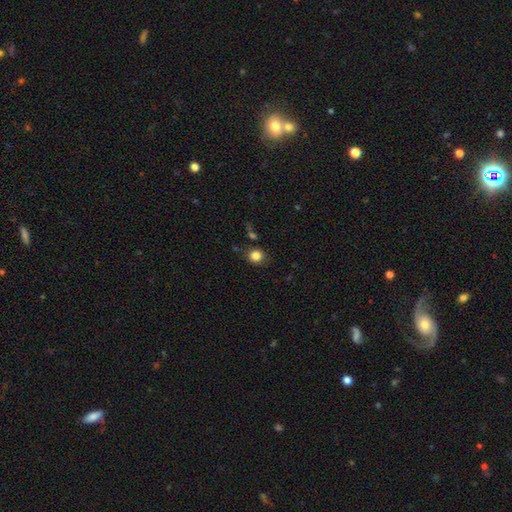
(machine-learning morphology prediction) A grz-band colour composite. It shows a smooth galaxy with no disk features (84%) that is round (82%). Merging: none (82%).